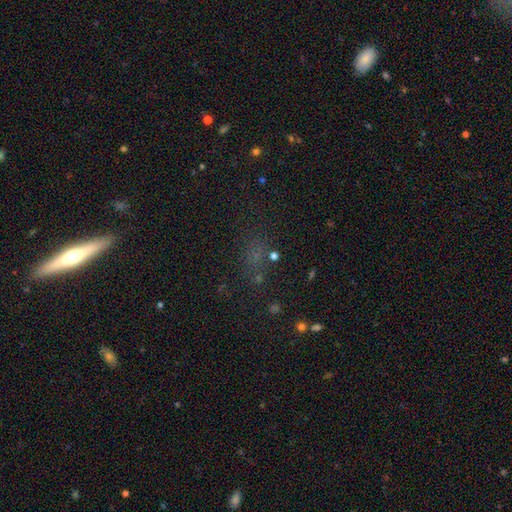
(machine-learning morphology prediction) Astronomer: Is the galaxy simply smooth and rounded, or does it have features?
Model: star or artifact — 47% (runner-up: smooth, 41%).